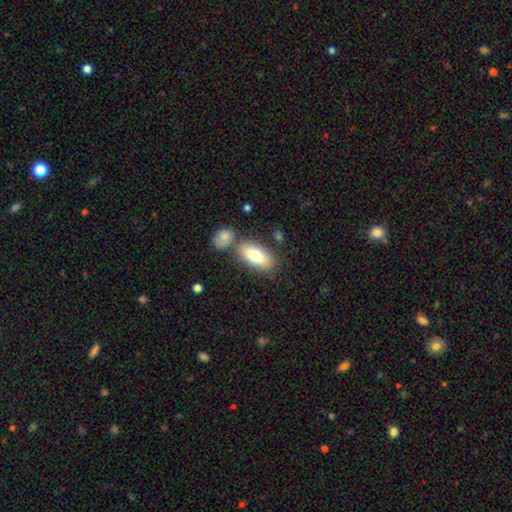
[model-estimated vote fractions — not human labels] Smooth or featured: smooth — 76% (featured or disk — 17%)
How rounded: in between — 90% (cigar-shaped — 6%)
Merging: none — 68% (merger — 17%)